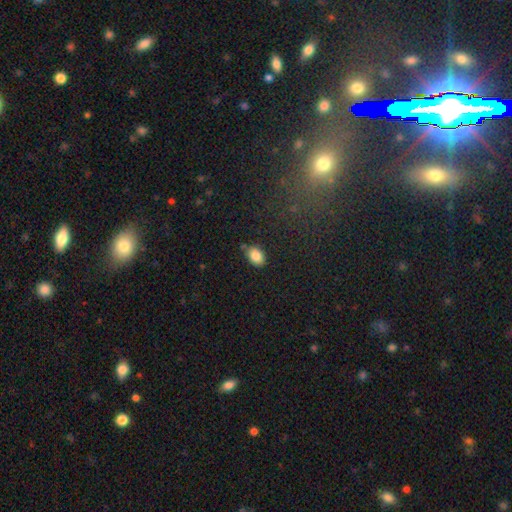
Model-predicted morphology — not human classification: A smooth galaxy with no disk features (85%) that is in between round and cigar-shaped (84%).

Vote fractions:
- Smooth or featured? smooth: 85% / star or artifact: 9% / featured or disk: 7%
- How rounded? in between: 84% / round: 14% / cigar-shaped: 1%
- Merging? none: 78% / minor disturbance: 15% / merger: 4% / major disturbance: 3%